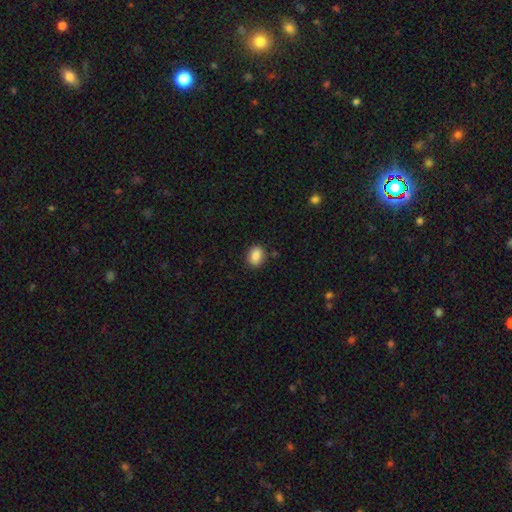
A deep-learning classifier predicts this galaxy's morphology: Q: Smooth or featured?
A: smooth (86%); runner-up: star or artifact (8%)
Q: How rounded?
A: in between (71%); runner-up: round (28%)
Q: Merging?
A: none (85%); runner-up: minor disturbance (10%)